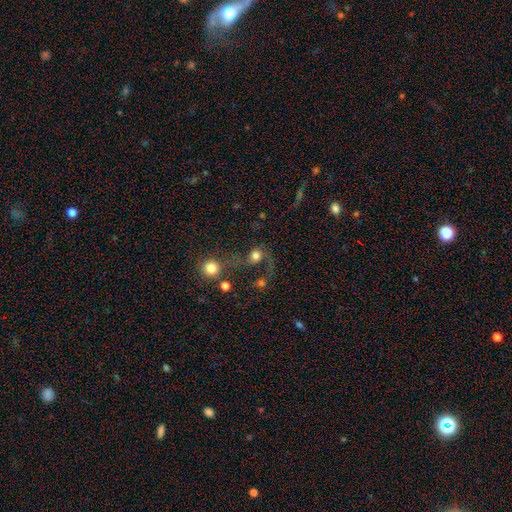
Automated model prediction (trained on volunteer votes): Q: Smooth or featured?
A: smooth (61%); runner-up: featured or disk (24%)
Q: How rounded?
A: round (79%); runner-up: in between (20%)
Q: Merging?
A: none (37%); runner-up: major disturbance (26%)